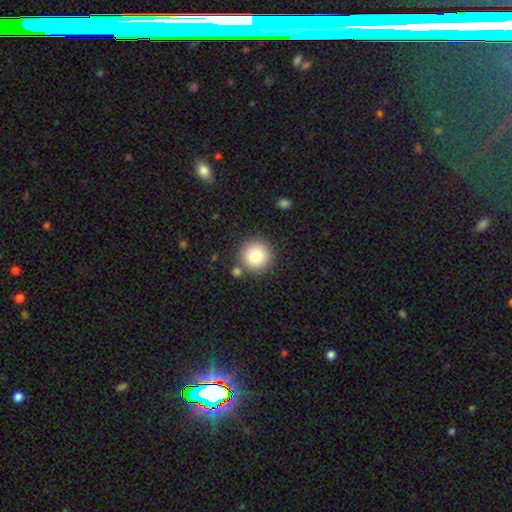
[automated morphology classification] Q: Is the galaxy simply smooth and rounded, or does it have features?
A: smooth — 82%.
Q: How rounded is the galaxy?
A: round — 95%.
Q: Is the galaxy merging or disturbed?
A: none — 84%.